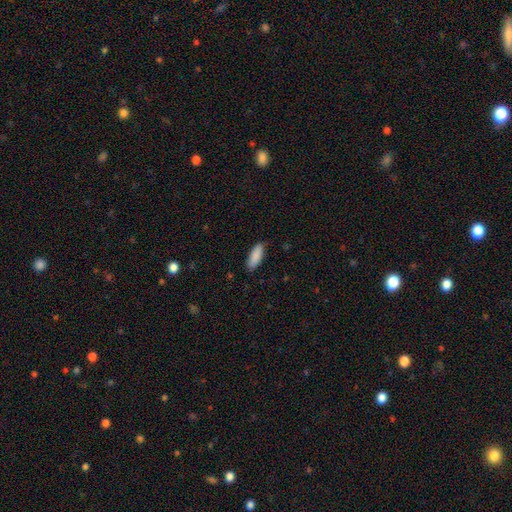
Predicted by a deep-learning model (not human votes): This is clearly a smooth galaxy (89%). How rounded: likely in between (68%). Merging: clearly none (85%).